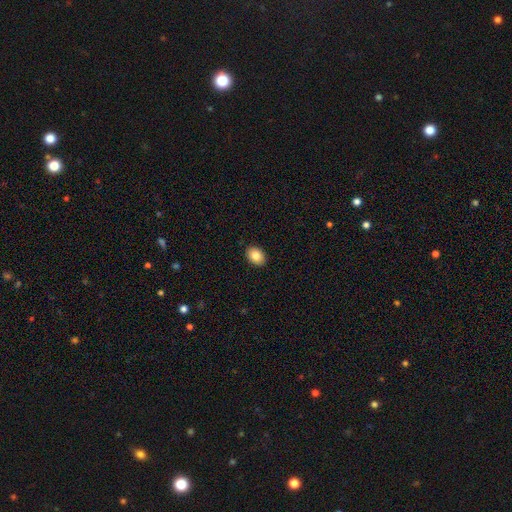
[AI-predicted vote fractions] Smooth or featured? Predicted: smooth (p=0.85). How rounded? Predicted: in between (p=0.67). Merging? Predicted: none (p=0.91).